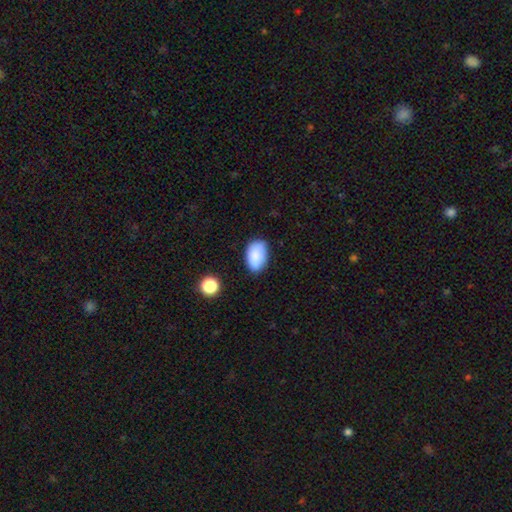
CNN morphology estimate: Smooth or featured: smooth — 85% (star or artifact — 8%)
How rounded: in between — 90% (round — 8%)
Merging: none — 71% (minor disturbance — 23%)